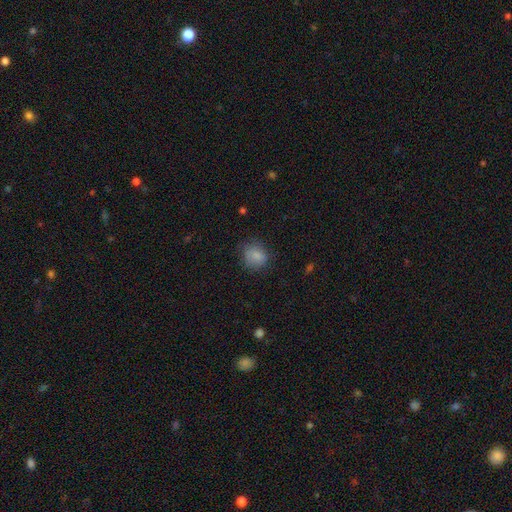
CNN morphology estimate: Smooth or featured: smooth — 83% (star or artifact — 10%)
How rounded: round — 69% (in between — 30%)
Merging: none — 71% (minor disturbance — 21%)